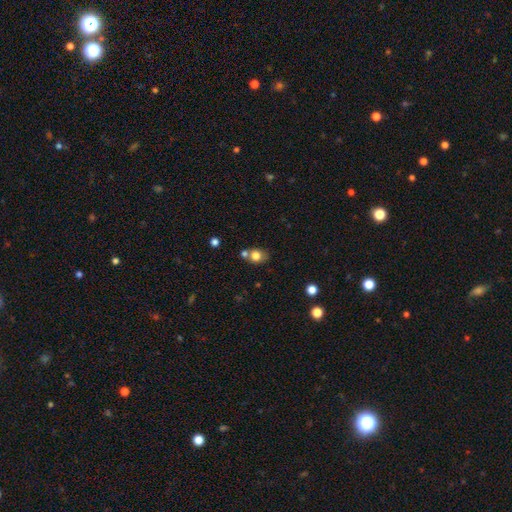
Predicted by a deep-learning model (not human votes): smooth_or_featured: smooth (p=0.79) [alt: star or artifact p=0.11]
how_rounded: round (p=0.59) [alt: in between p=0.40]
merging: none (p=0.56) [alt: merger p=0.27]